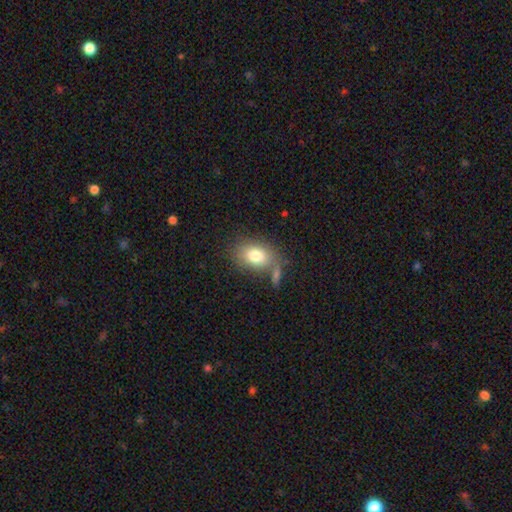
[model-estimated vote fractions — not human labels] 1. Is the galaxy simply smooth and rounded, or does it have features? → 79% smooth, 12% featured or disk, 8% star or artifact.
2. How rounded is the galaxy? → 79% in between, 19% round, 1% cigar-shaped.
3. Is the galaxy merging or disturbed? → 66% none, 15% minor disturbance, 14% merger, 6% major disturbance.